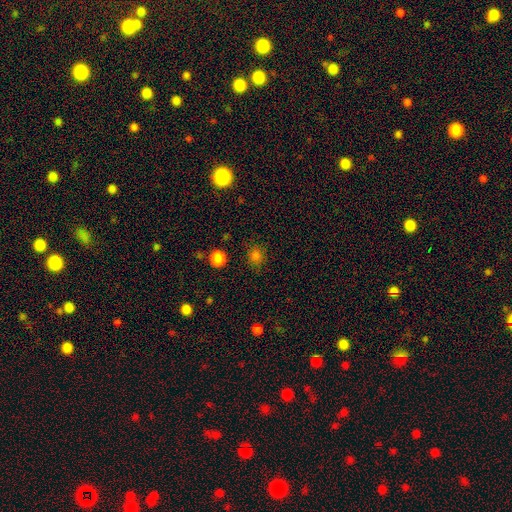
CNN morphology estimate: type=smooth (78%); roundness=round (83%); merging=none (85%).